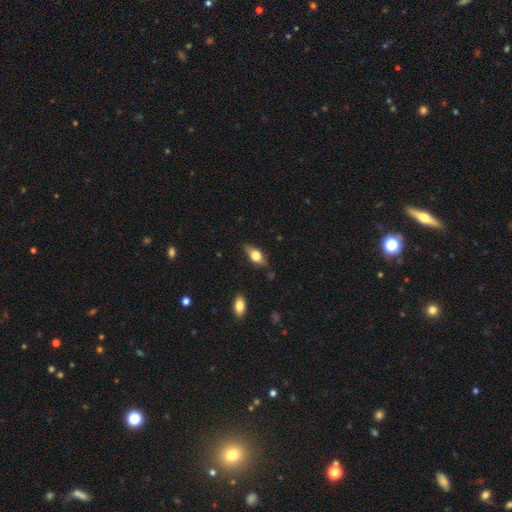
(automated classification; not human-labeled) Morphology: type=smooth (56%); roundness=in between (78%); merging=none (77%).